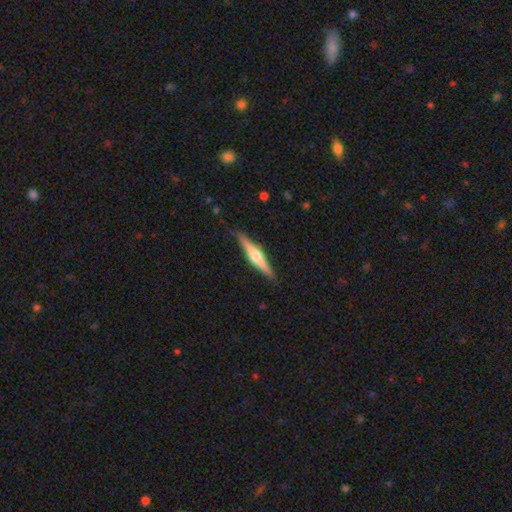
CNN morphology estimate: Q: Smooth or featured?
A: featured or disk (66%); runner-up: smooth (29%)
Q: Edge-on disk?
A: yes (97%); runner-up: no (3%)
Q: Edge-on bulge?
A: rounded (88%); runner-up: boxy (7%)
Q: Merging?
A: none (88%); runner-up: minor disturbance (9%)